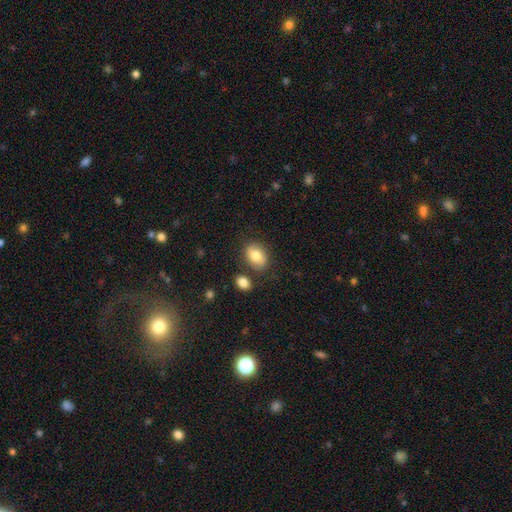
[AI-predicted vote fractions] Overall: smooth (77%). How rounded: in between (75%). Merging: none (77%).